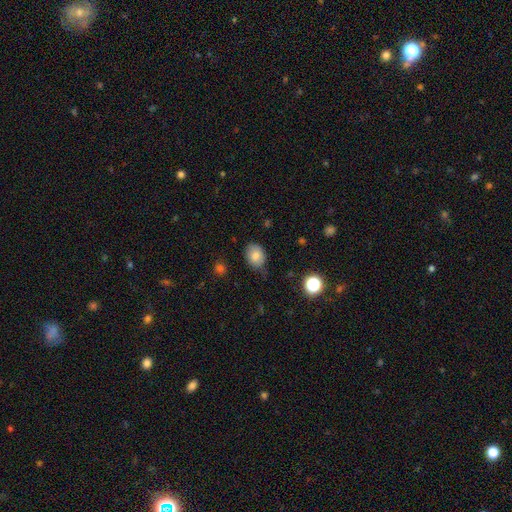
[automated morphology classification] Smooth or featured? smooth (81%)
How rounded? in between (61%)
Merging? none (71%)